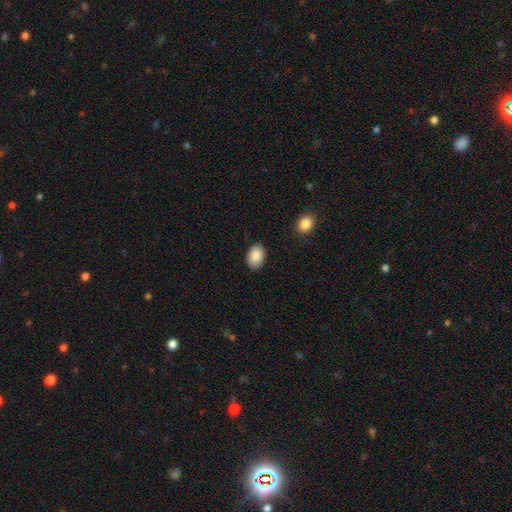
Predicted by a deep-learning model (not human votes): Smooth or featured? smooth (88%)
How rounded? in between (81%)
Merging? none (86%)